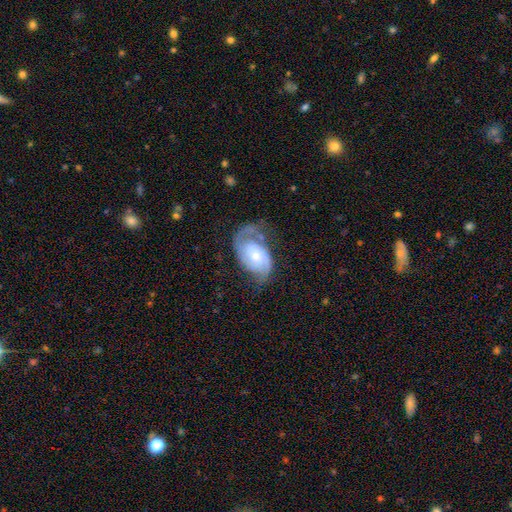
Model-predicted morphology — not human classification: Smooth or featured?
  - featured or disk: 76% *
  - smooth: 19%
  - star or artifact: 6%
Edge-on disk?
  - no: 97% *
  - yes: 3%
Bar?
  - no: 69% *
  - weak: 26%
  - strong: 5%
Spiral arms?
  - yes: 91% *
  - no: 9%
Spiral winding?
  - medium: 39% *
  - tight: 33%
  - loose: 28%
Spiral arm count?
  - 2: 63% *
  - 1: 21%
  - can't tell: 11%
  - 3: 2%
  - 4: 1%
  - more than 4: 1%
Bulge size?
  - moderate: 47% *
  - small: 42%
  - large: 7%
  - none: 3%
  - dominant: 2%
Merging?
  - none: 43% *
  - major disturbance: 28%
  - minor disturbance: 25%
  - merger: 4%